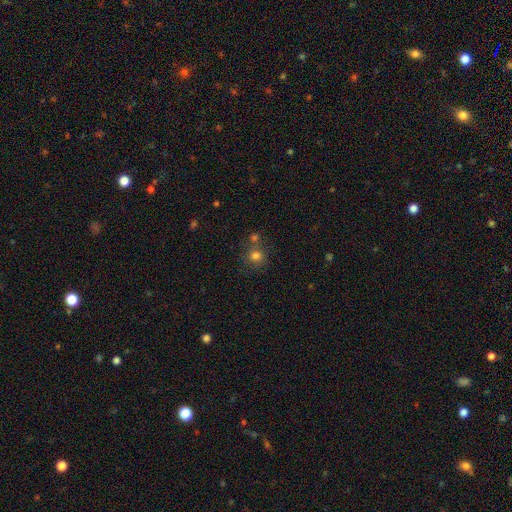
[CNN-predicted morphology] Overall: smooth (77%). How rounded: round (88%). Merging: none (67%).